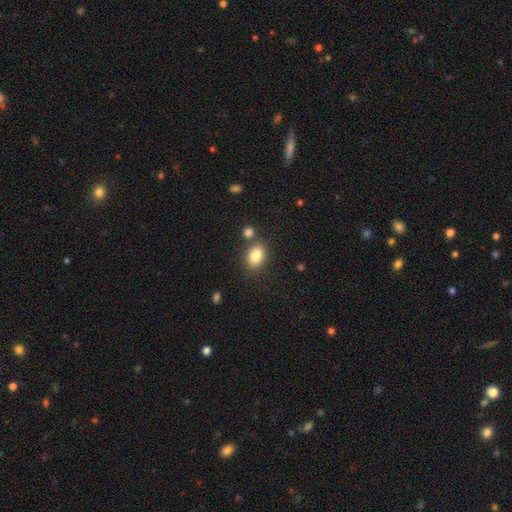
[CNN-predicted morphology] A smooth galaxy with no disk features (83%) that is in between round and cigar-shaped (78%). Merging: none (73%).